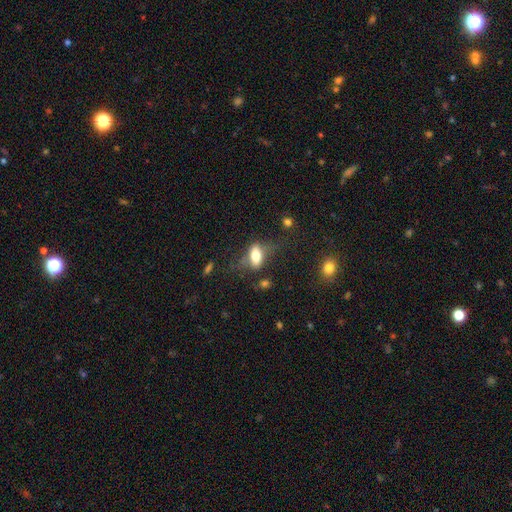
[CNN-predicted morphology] A smooth galaxy with no disk features (65%) that is in between round and cigar-shaped (81%).

Vote fractions:
- Smooth or featured? smooth: 65% / featured or disk: 26% / star or artifact: 9%
- How rounded? in between: 81% / cigar-shaped: 12% / round: 6%
- Merging? none: 51% / minor disturbance: 25% / major disturbance: 20% / merger: 4%